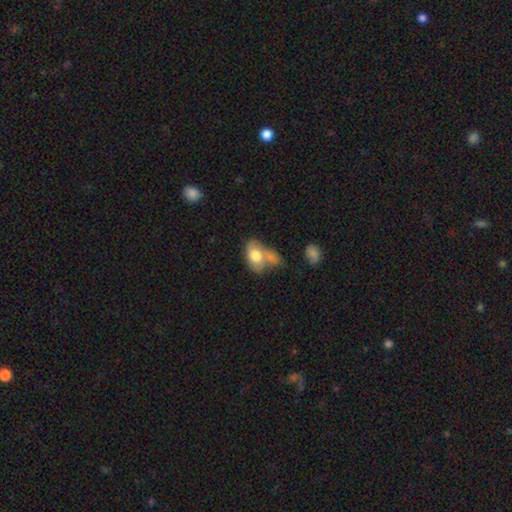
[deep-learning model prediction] Smooth or featured? Predicted: smooth (p=0.71). How rounded? Predicted: in between (p=0.86). Merging? Predicted: merger (p=0.46).